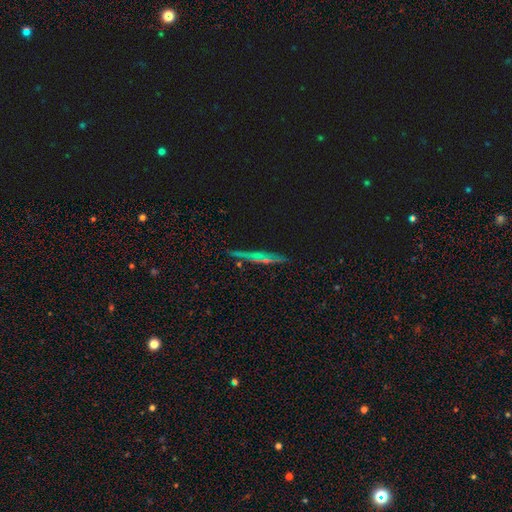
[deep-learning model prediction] This appears to be a featured or disk galaxy (38%). Merging: none (85%).